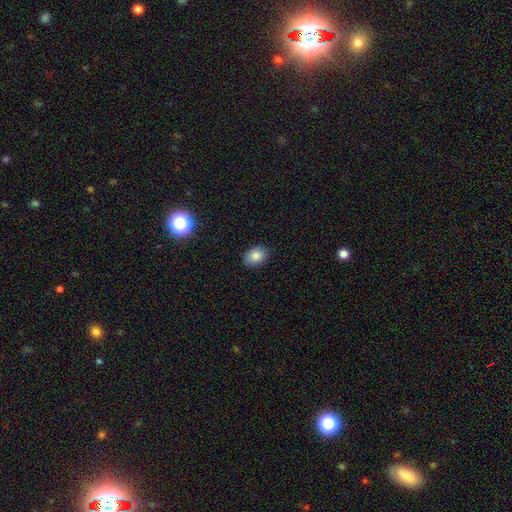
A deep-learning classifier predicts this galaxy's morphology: Smooth or featured? smooth (84%)
How rounded? in between (63%)
Merging? none (87%)